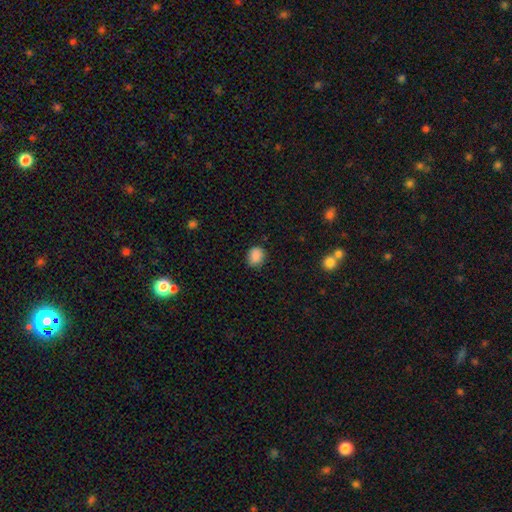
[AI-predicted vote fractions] Smooth or featured? Predicted: smooth (p=0.87). How rounded? Predicted: round (p=0.58). Merging? Predicted: none (p=0.78).